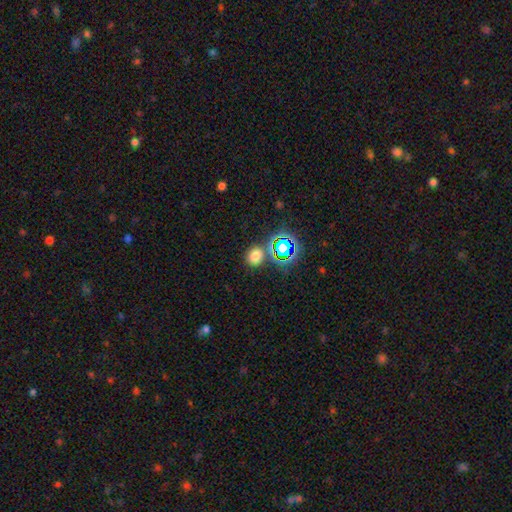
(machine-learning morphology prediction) Q: Smooth or featured?
A: smooth (67%); runner-up: star or artifact (27%)
Q: How rounded?
A: round (64%); runner-up: in between (35%)
Q: Merging?
A: none (76%); runner-up: merger (11%)